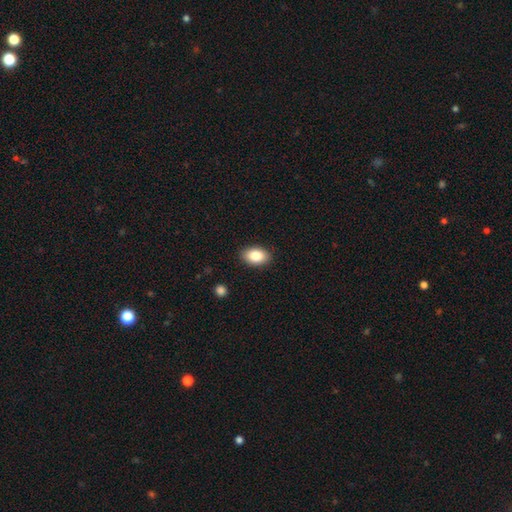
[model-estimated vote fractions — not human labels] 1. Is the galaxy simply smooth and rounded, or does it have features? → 86% smooth, 7% star or artifact, 7% featured or disk.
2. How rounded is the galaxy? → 88% in between, 10% round, 1% cigar-shaped.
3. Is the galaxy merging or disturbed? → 89% none, 8% minor disturbance, 2% major disturbance, 1% merger.